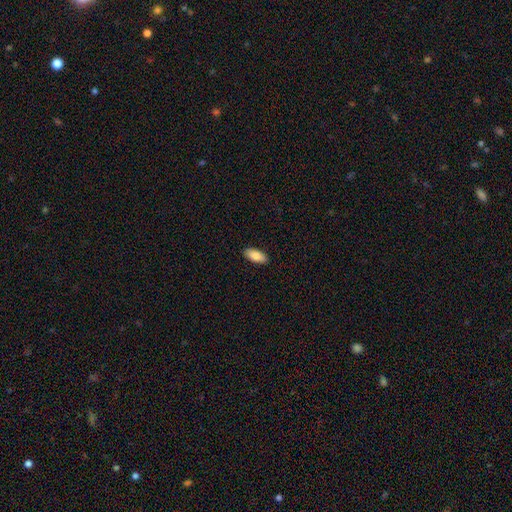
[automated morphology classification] Q: Smooth or featured?
A: smooth (88%); runner-up: featured or disk (6%)
Q: How rounded?
A: in between (88%); runner-up: cigar-shaped (10%)
Q: Merging?
A: none (90%); runner-up: minor disturbance (7%)